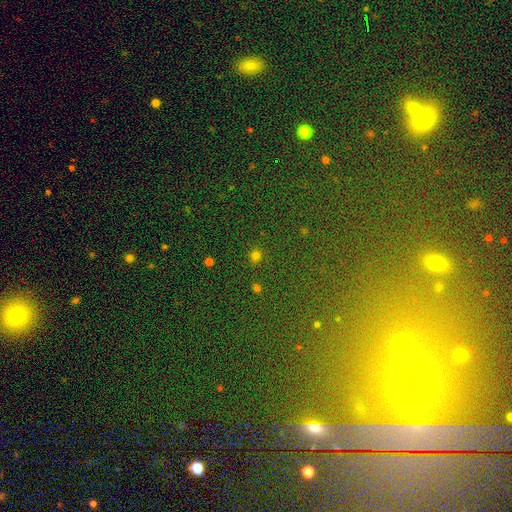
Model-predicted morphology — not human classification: Smooth or featured: smooth — 69% (star or artifact — 25%)
How rounded: round — 85% (in between — 14%)
Merging: none — 85% (minor disturbance — 8%)